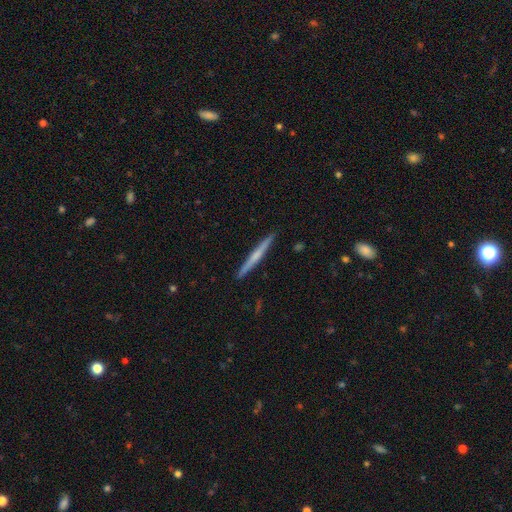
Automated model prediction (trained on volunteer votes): smooth_or_featured: featured or disk (p=0.58) [alt: smooth p=0.36]
disk_edge_on: yes (p=0.98) [alt: no p=0.02]
edge_on_bulge: rounded (p=0.50) [alt: none p=0.42]
merging: none (p=0.93) [alt: minor disturbance p=0.05]